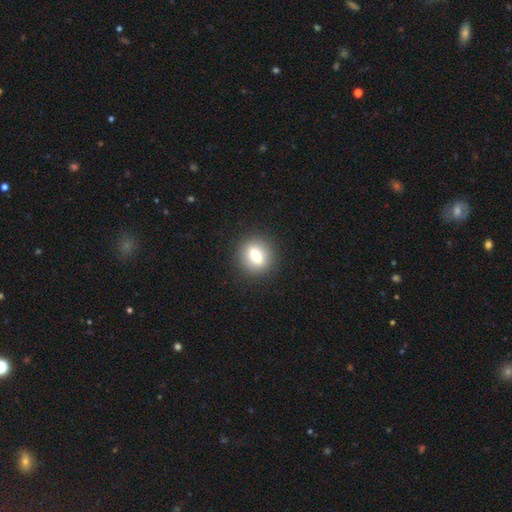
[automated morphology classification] Smooth or featured? smooth (71%)
How rounded? round (61%)
Merging? none (90%)